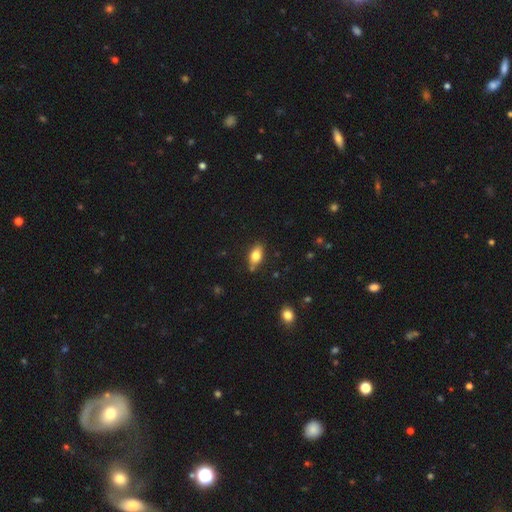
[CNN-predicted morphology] Smooth or featured: smooth — 77% (featured or disk — 15%)
How rounded: in between — 87% (round — 7%)
Merging: none — 79% (minor disturbance — 14%)